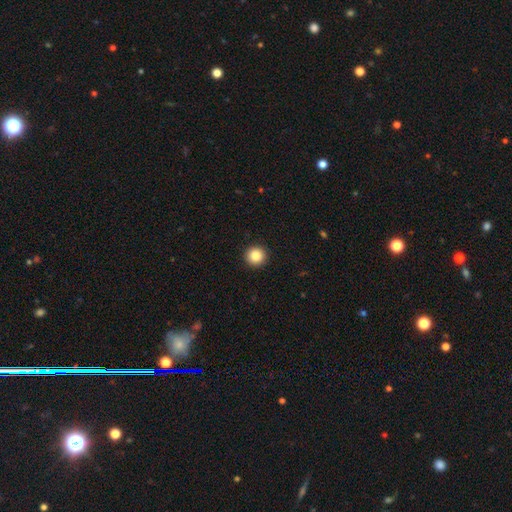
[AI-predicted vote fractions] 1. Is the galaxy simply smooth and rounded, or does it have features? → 85% smooth, 10% star or artifact, 5% featured or disk.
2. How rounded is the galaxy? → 96% round, 3% in between, 1% cigar-shaped.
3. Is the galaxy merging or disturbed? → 94% none, 4% minor disturbance, 1% major disturbance, 1% merger.